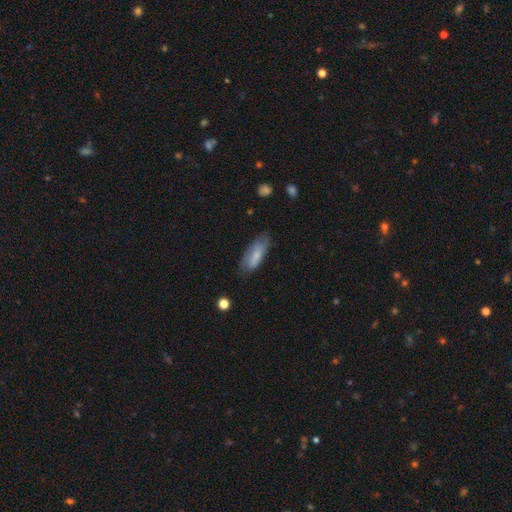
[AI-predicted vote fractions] The model was most divided on "merging": none: 66%, minor disturbance: 25%, major disturbance: 7%, merger: 2%. More confident: how rounded — in between (73%); smooth or featured — smooth (70%).